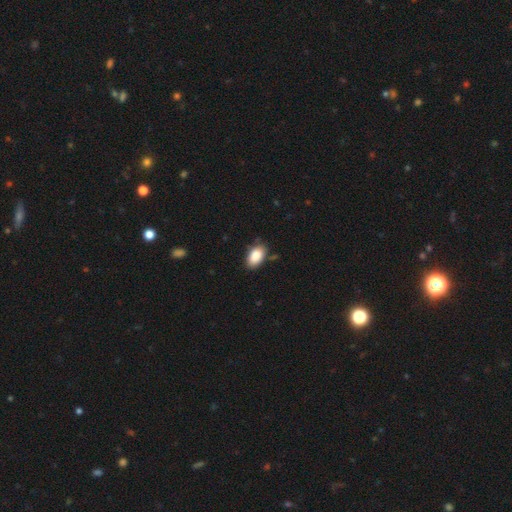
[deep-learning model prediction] A smooth galaxy with no disk features (87%) that is in between round and cigar-shaped (93%).

Vote fractions:
- Smooth or featured? smooth: 87% / star or artifact: 7% / featured or disk: 6%
- How rounded? in between: 93% / round: 5% / cigar-shaped: 2%
- Merging? none: 78% / minor disturbance: 17% / major disturbance: 3% / merger: 2%